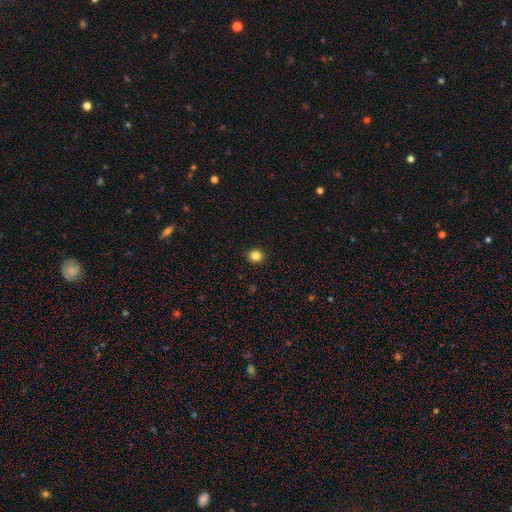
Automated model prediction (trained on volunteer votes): A smooth galaxy with no disk features (84%) that is round (86%).

Vote fractions:
- Smooth or featured? smooth: 84% / star or artifact: 12% / featured or disk: 4%
- How rounded? round: 86% / in between: 13% / cigar-shaped: 1%
- Merging? none: 92% / minor disturbance: 5% / major disturbance: 2% / merger: 1%